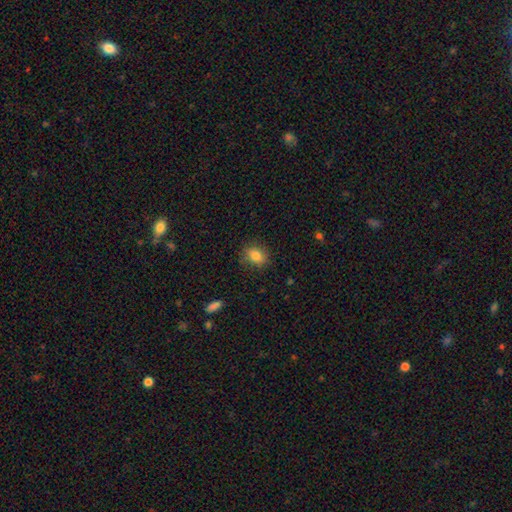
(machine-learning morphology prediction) A smooth galaxy with no disk features (83%) that is in between round and cigar-shaped (53%).

Vote fractions:
- Smooth or featured? smooth: 83% / star or artifact: 10% / featured or disk: 8%
- How rounded? in between: 53% / round: 46% / cigar-shaped: 2%
- Merging? none: 83% / minor disturbance: 13% / major disturbance: 3% / merger: 1%